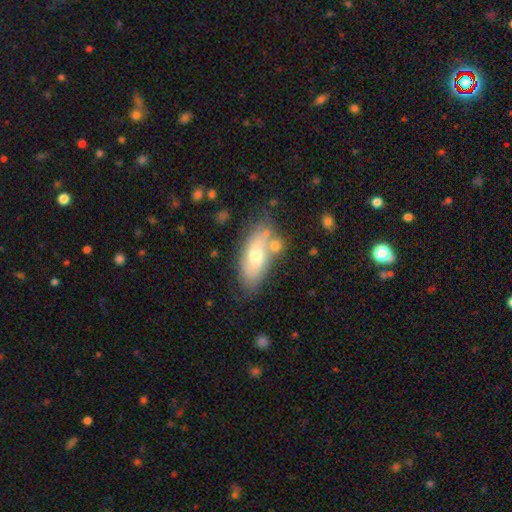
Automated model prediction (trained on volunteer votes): A smooth galaxy with no disk features (53%) that is in between round and cigar-shaped (81%).

Vote fractions:
- Smooth or featured? smooth: 53% / featured or disk: 39% / star or artifact: 7%
- How rounded? in between: 81% / cigar-shaped: 15% / round: 4%
- Merging? none: 63% / minor disturbance: 18% / merger: 13% / major disturbance: 5%